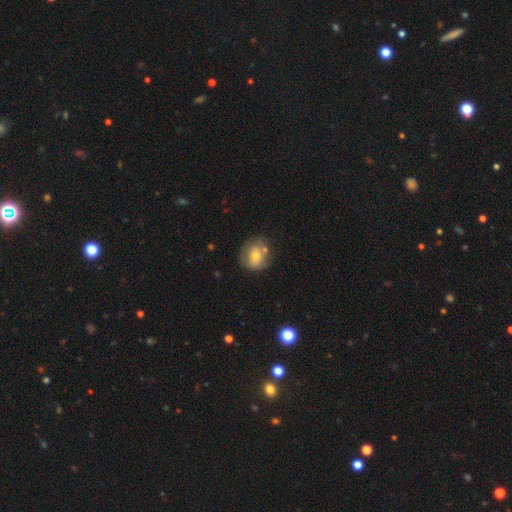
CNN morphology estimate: A smooth galaxy with no disk features (66%) that is round (74%).

Vote fractions:
- Smooth or featured? smooth: 66% / featured or disk: 25% / star or artifact: 9%
- How rounded? round: 74% / in between: 25% / cigar-shaped: 1%
- Merging? none: 62% / minor disturbance: 21% / merger: 10% / major disturbance: 7%